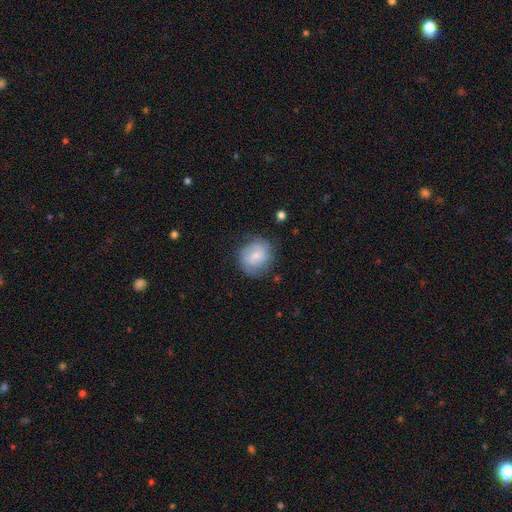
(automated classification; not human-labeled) smooth 51%, featured or disk 41%, star or artifact 7%. Down the decision tree: how rounded — round (83%); merging — none (72%).